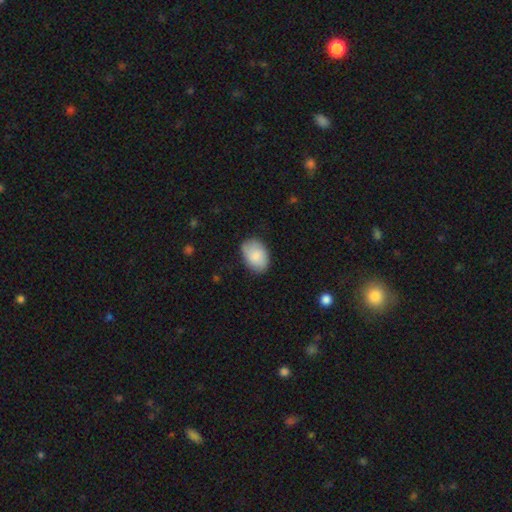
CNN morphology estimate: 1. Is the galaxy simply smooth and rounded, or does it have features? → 84% smooth, 10% featured or disk, 6% star or artifact.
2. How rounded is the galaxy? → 84% in between, 15% round, 1% cigar-shaped.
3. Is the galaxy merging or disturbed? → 79% none, 17% minor disturbance, 3% major disturbance, 1% merger.